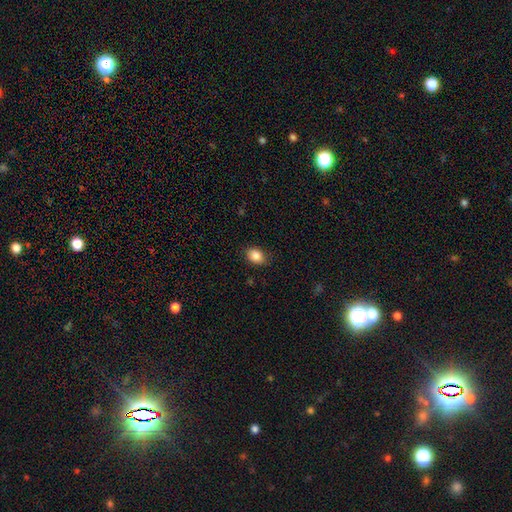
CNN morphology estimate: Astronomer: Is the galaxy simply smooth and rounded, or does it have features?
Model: smooth — 87%.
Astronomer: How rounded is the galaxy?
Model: in between — 67%.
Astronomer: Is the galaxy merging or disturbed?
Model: none — 85%.